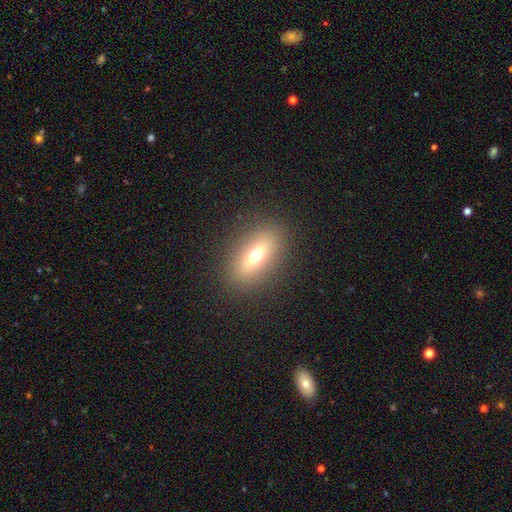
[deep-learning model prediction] This appears to be a smooth galaxy with no disk features (61%) that is in between round and cigar-shaped (72%). Merging: none (88%).